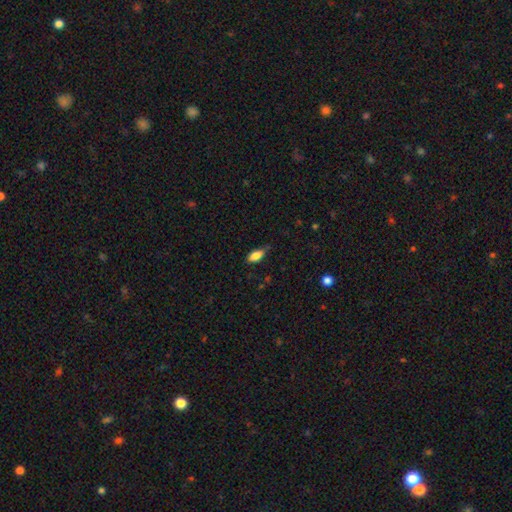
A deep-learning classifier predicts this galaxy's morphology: Overall: smooth (83%). How rounded: in between (84%). Merging: none (66%; minor disturbance 27%).